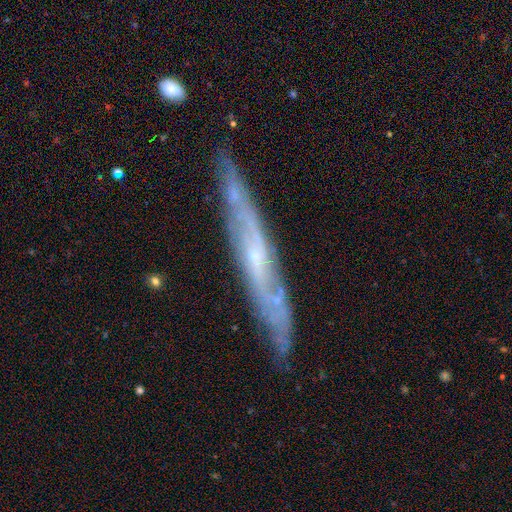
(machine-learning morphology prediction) type=featured or disk (75%); edge-on=yes (69%); edge-on bulge=none (58%); merging=none (81%).